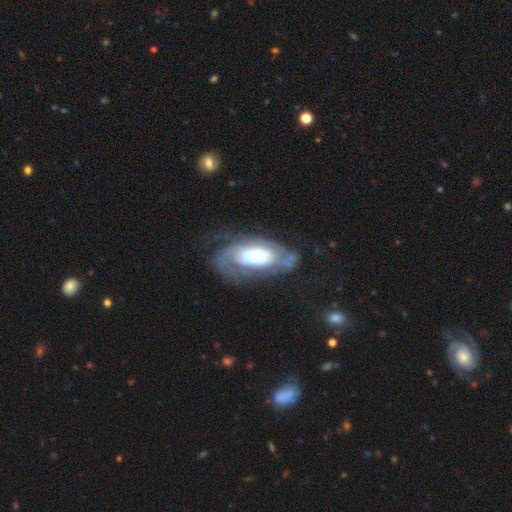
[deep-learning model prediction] This appears to be a featured or disk galaxy (73%) with no bar (76%), tight (58%) spiral arms (81%) and a small central bulge (36%). Merging: none (53%).